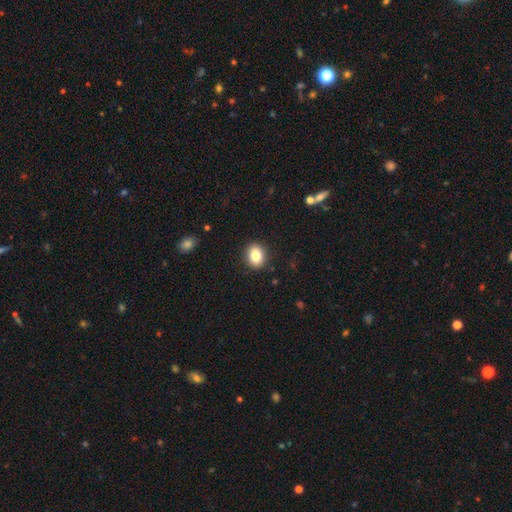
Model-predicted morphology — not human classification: smooth 83%, star or artifact 9%, featured or disk 8%. Down the decision tree: how rounded — in between (51%); merging — none (90%).